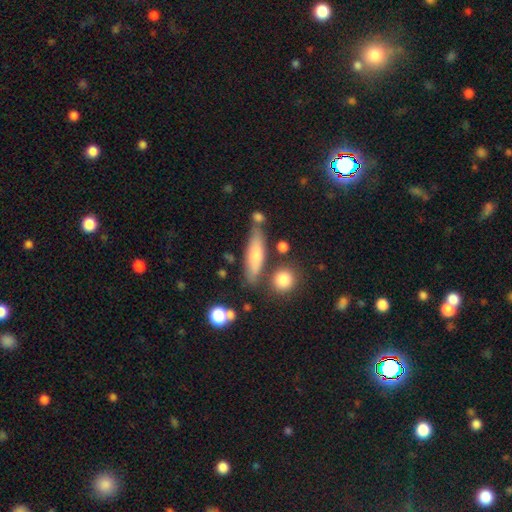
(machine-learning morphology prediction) Smooth or featured: smooth — 66% (featured or disk — 27%)
How rounded: cigar-shaped — 62% (in between — 35%)
Merging: none — 70% (minor disturbance — 16%)